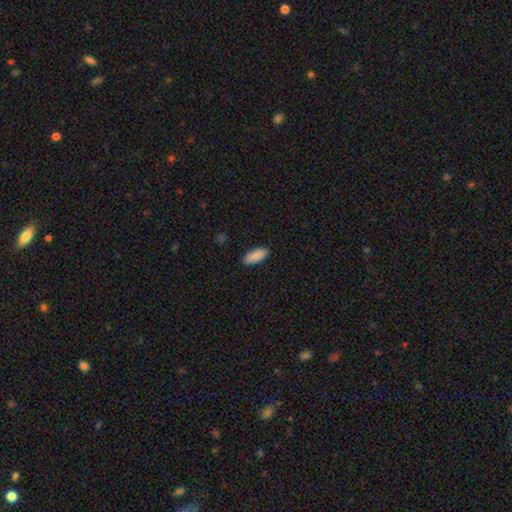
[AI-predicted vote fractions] A smooth galaxy with no disk features (91%) that is in between round and cigar-shaped (81%). Merging: none (90%).